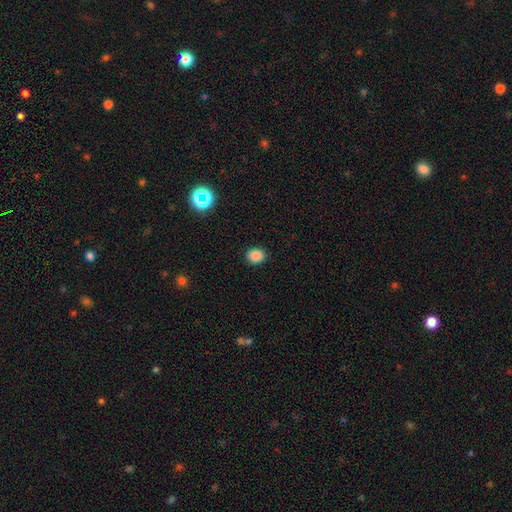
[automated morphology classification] smooth 86%, star or artifact 11%, featured or disk 3%. Down the decision tree: how rounded — round (61%); merging — none (90%).